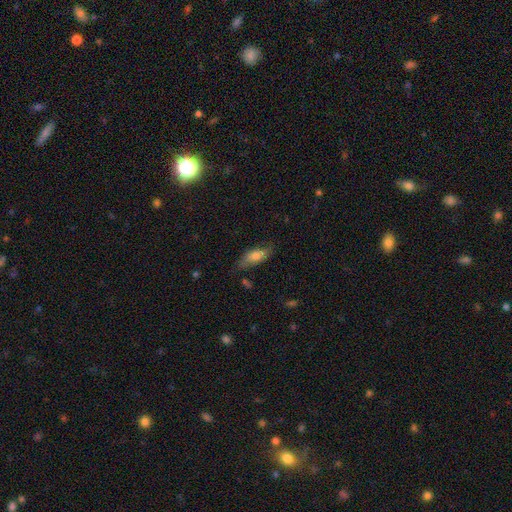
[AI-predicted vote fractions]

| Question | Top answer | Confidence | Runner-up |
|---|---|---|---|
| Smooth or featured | smooth | 67% | featured or disk (25%) |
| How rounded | in between | 75% | cigar-shaped (22%) |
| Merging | none | 67% | minor disturbance (24%) |